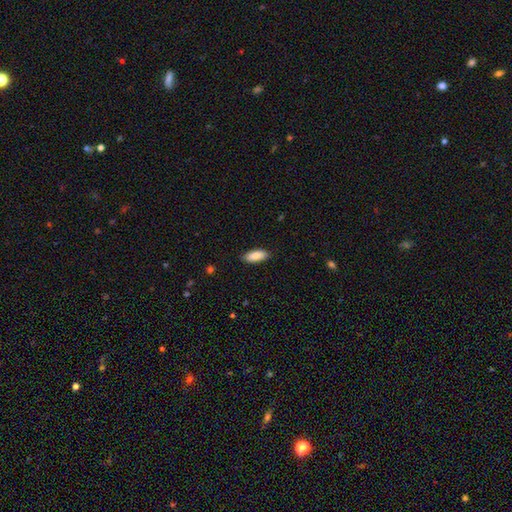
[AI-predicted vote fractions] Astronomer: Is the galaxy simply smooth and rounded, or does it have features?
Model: smooth — 85%.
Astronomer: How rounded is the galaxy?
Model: in between — 79%.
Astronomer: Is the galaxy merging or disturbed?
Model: none — 88%.